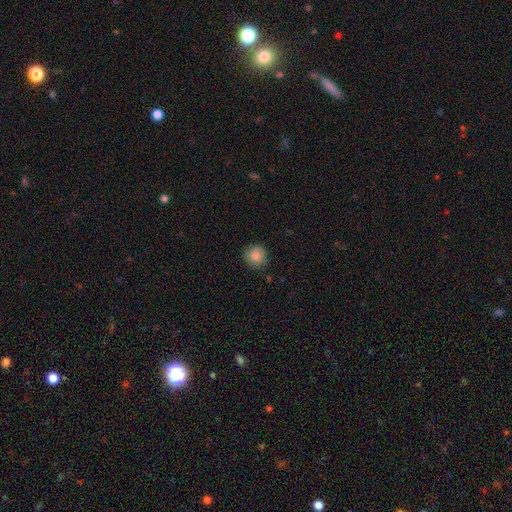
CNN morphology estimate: Smooth or featured: smooth — 86% (star or artifact — 9%)
How rounded: round — 92% (in between — 7%)
Merging: none — 86% (minor disturbance — 11%)